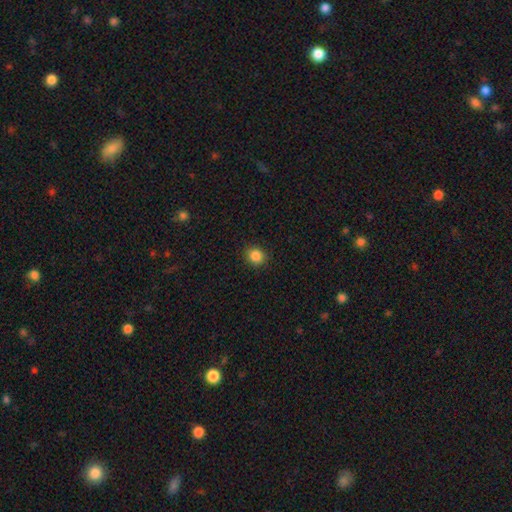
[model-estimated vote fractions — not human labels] Smooth or featured?
  - smooth: 86% *
  - star or artifact: 11%
  - featured or disk: 3%
How rounded?
  - round: 83% *
  - in between: 16%
  - cigar-shaped: 1%
Merging?
  - none: 90% *
  - minor disturbance: 7%
  - major disturbance: 2%
  - merger: 1%